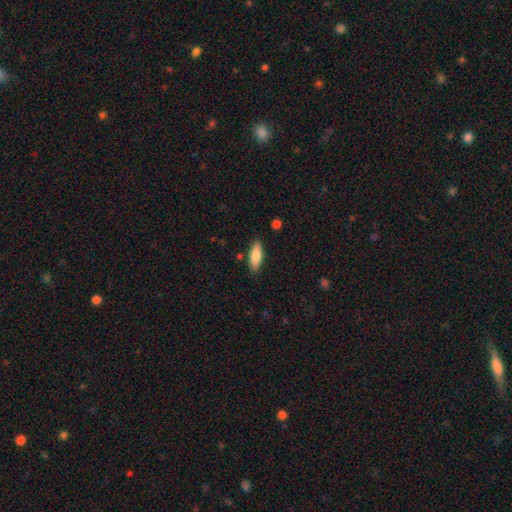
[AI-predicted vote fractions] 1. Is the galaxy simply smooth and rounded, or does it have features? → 83% smooth, 11% featured or disk, 6% star or artifact.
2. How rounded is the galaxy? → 65% in between, 34% cigar-shaped, 2% round.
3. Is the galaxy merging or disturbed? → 86% none, 10% minor disturbance, 2% major disturbance, 2% merger.